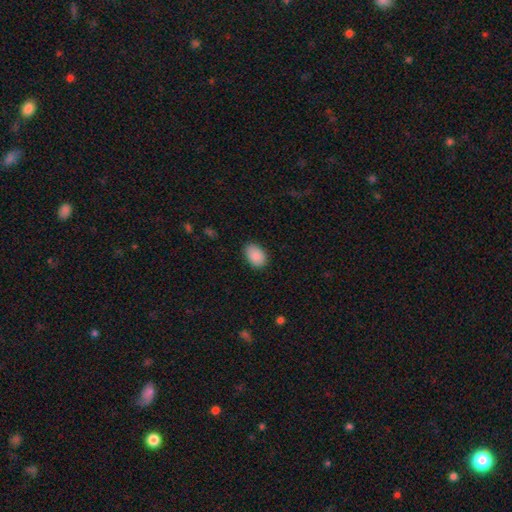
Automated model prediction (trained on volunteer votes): A smooth galaxy with no disk features (90%) that is in between round and cigar-shaped (85%). Merging: none (82%).